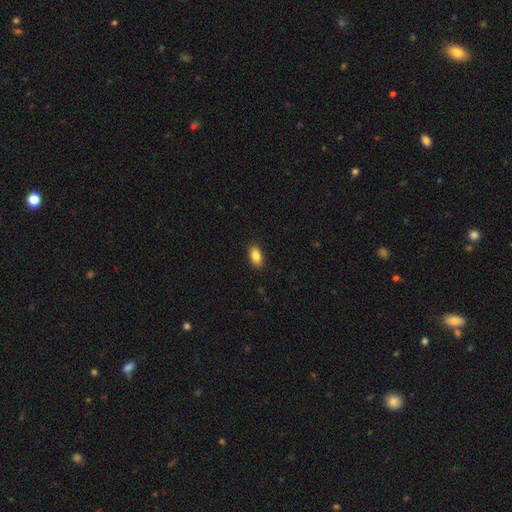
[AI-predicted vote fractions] The model was most divided on "smooth or featured": smooth: 86%, star or artifact: 8%, featured or disk: 6%. More confident: how rounded — in between (91%); merging — none (89%).